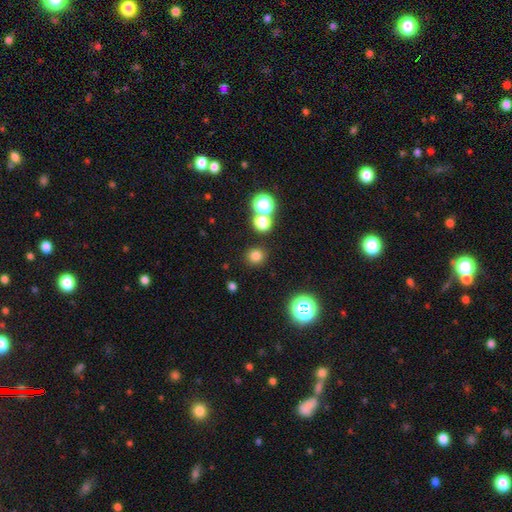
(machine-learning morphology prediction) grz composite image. It shows a smooth galaxy with no disk features (76%) that is round (91%). Merging: none (85%).